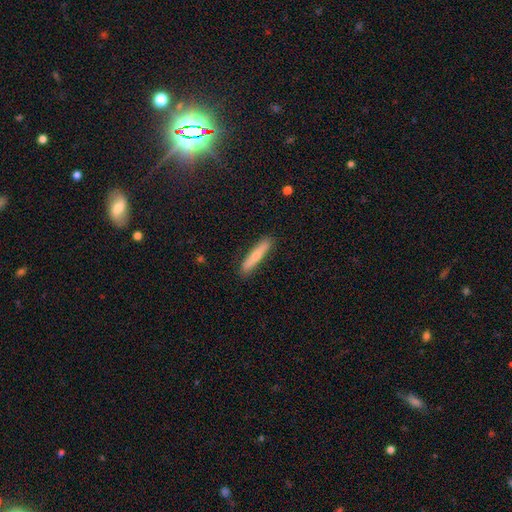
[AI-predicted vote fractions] Smooth or featured: smooth — 66% (featured or disk — 28%)
How rounded: cigar-shaped — 90% (in between — 9%)
Merging: none — 89% (minor disturbance — 8%)